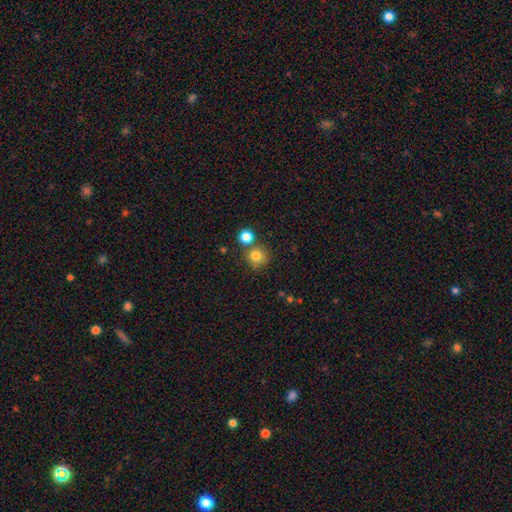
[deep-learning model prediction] The model was most divided on "merging": none: 71%, merger: 17%, minor disturbance: 9%, major disturbance: 3%. More confident: how rounded — round (91%); smooth or featured — smooth (79%).